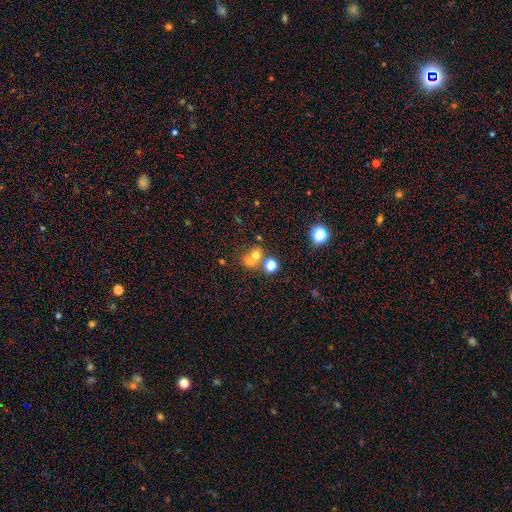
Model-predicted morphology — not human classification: Q: Smooth or featured?
A: smooth (64%); runner-up: star or artifact (19%)
Q: How rounded?
A: round (77%); runner-up: in between (22%)
Q: Merging?
A: merger (51%); runner-up: none (39%)